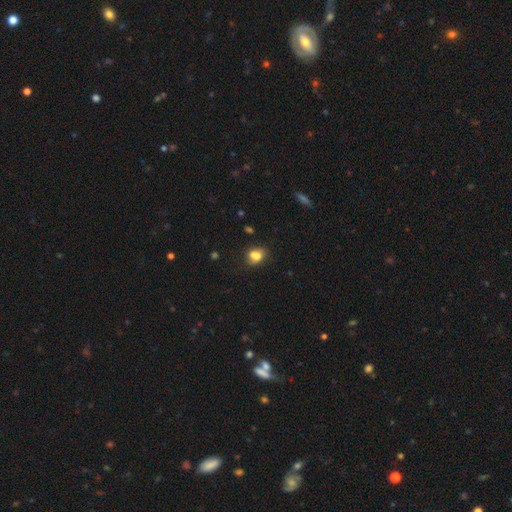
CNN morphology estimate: This is likely a smooth galaxy (75%). How rounded: possibly in between (60%). Merging: marginally none (42%).